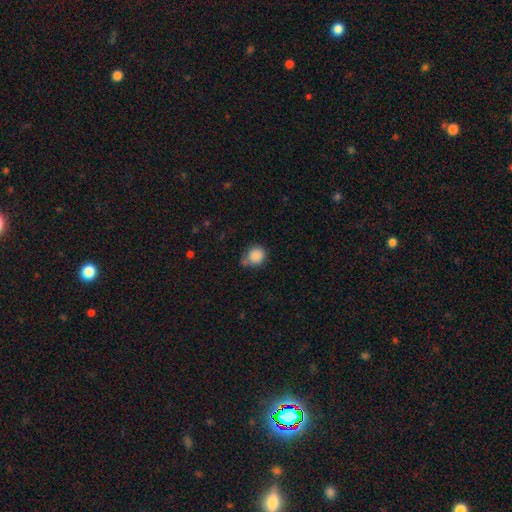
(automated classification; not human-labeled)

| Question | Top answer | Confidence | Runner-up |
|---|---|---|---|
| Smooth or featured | smooth | 87% | star or artifact (9%) |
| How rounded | round | 80% | in between (19%) |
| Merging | none | 56% | minor disturbance (28%) |